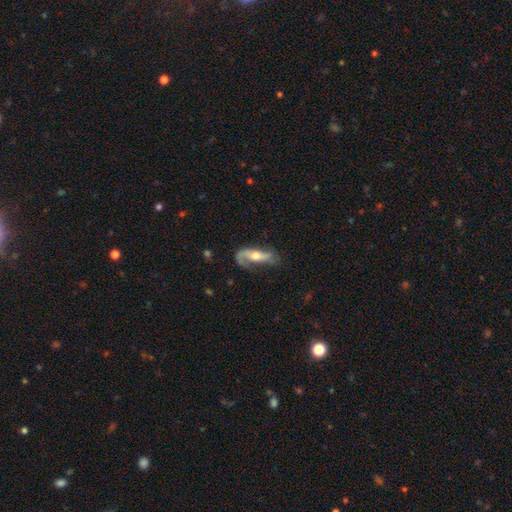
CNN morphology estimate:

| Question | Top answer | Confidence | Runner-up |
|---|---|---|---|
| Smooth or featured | featured or disk | 64% | smooth (30%) |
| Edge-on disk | no | 78% | yes (22%) |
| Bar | no | 51% | weak (26%) |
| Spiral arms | yes | 81% | no (19%) |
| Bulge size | moderate | 68% | small (21%) |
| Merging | none | 50% | minor disturbance (26%) |